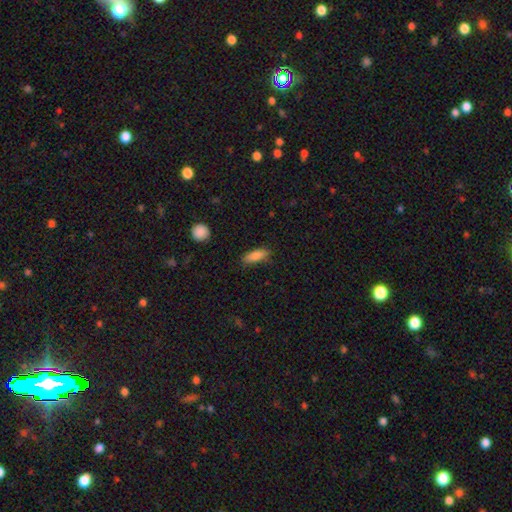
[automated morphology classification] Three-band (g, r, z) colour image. It shows a smooth galaxy with no disk features (83%) that is in between round and cigar-shaped (59%). Merging: none (81%).